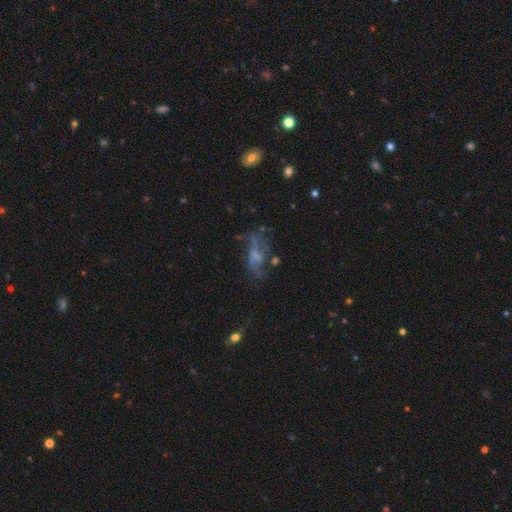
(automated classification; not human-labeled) smooth_or_featured: featured or disk (p=0.51) [alt: smooth p=0.33]
disk_edge_on: no (p=0.85) [alt: yes p=0.15]
merging: none (p=0.41) [alt: major disturbance p=0.29]